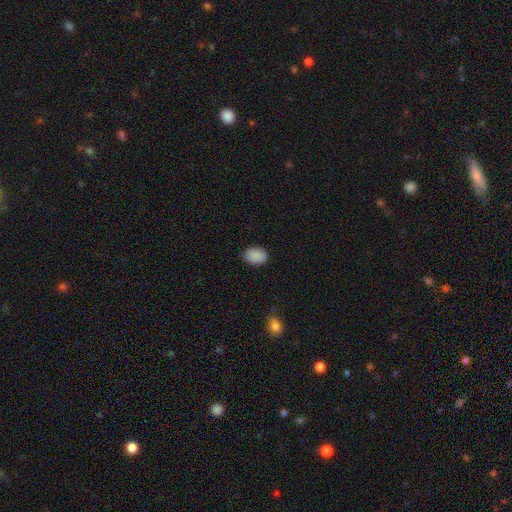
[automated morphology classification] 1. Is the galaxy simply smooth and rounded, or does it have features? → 89% smooth, 8% star or artifact, 3% featured or disk.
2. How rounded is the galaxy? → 81% in between, 18% round, 1% cigar-shaped.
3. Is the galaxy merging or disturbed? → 87% none, 9% minor disturbance, 2% major disturbance, 1% merger.